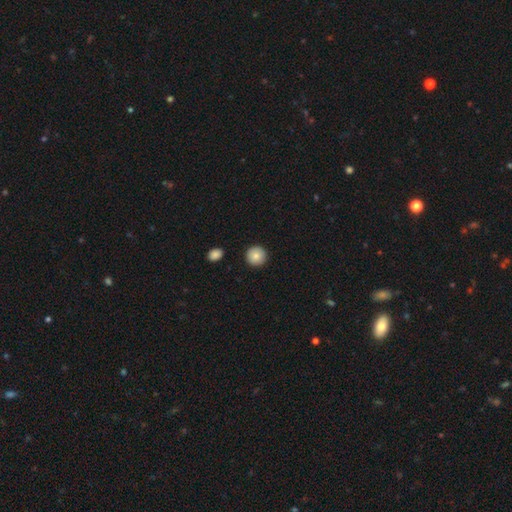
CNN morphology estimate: Smooth or featured? Predicted: smooth (p=0.86). How rounded? Predicted: round (p=0.95). Merging? Predicted: none (p=0.92).